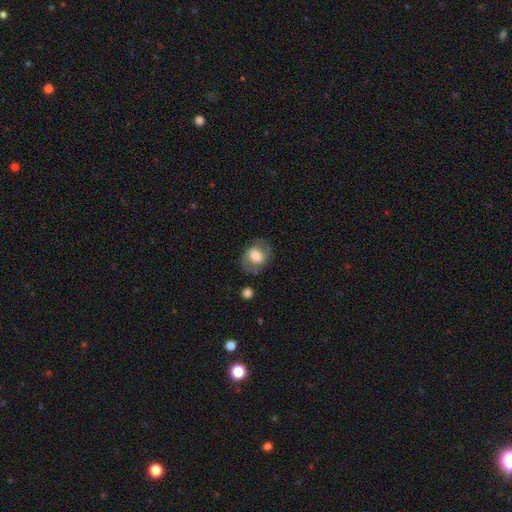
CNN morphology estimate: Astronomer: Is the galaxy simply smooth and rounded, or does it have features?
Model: smooth — 52% (runner-up: featured or disk, 40%).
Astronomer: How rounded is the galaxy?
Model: in between — 53% (runner-up: round, 46%).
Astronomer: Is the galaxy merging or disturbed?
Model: none — 67%.